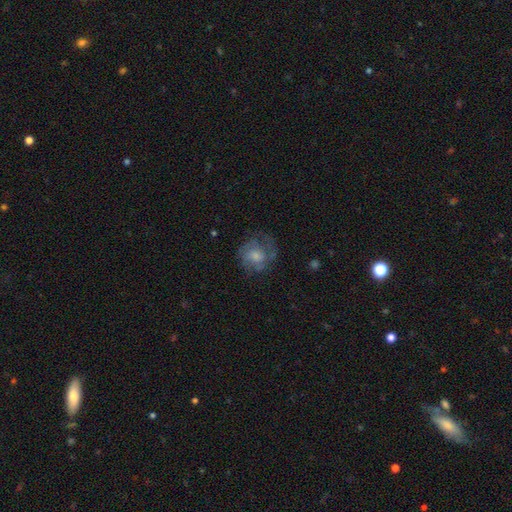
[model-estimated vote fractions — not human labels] Smooth or featured? featured or disk (48%)
Merging? none (55%)